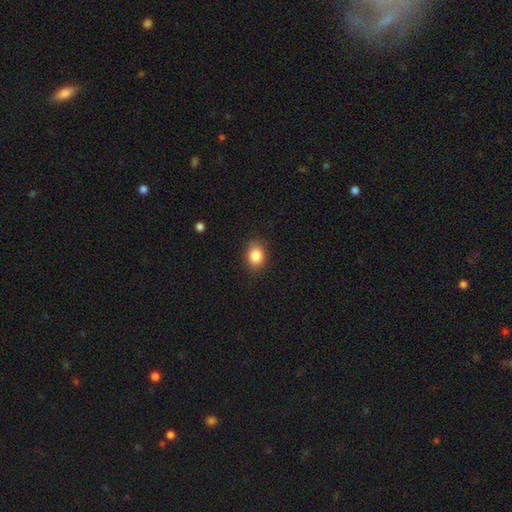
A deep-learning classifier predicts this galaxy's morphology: The model was most divided on "how rounded": in between: 64%, round: 35%, cigar-shaped: 1%. More confident: merging — none (86%); smooth or featured — smooth (86%).